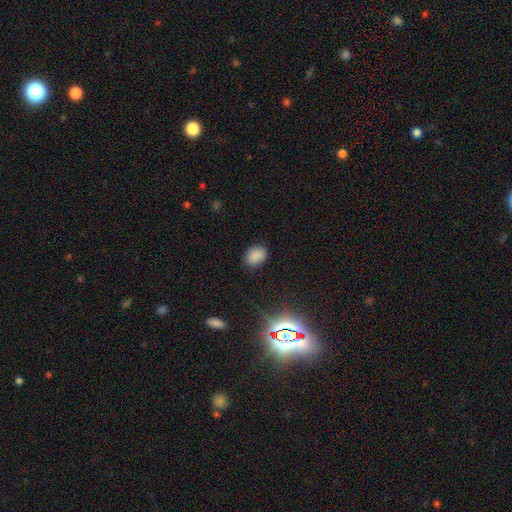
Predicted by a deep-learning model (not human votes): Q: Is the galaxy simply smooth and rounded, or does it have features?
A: smooth — 83%.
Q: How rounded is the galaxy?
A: in between — 68%.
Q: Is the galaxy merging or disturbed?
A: none — 84%.